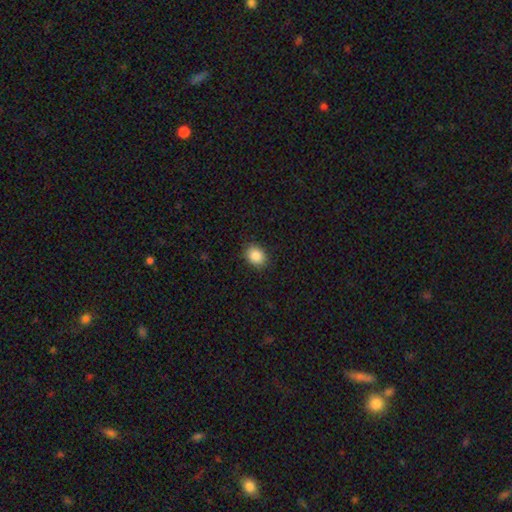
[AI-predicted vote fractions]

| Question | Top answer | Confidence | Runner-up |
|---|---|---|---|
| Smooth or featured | smooth | 87% | star or artifact (9%) |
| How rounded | in between | 52% | round (47%) |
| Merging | none | 88% | minor disturbance (9%) |